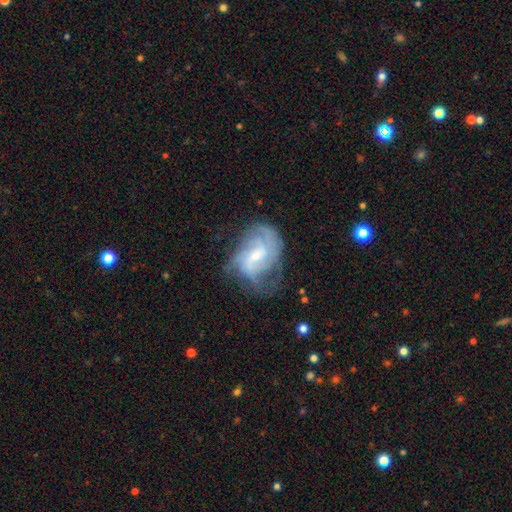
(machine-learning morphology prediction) Smooth or featured? Predicted: featured or disk (p=0.77). Edge-on disk? Predicted: no (p=0.97). Bar? Predicted: weak (p=0.55). Spiral arms? Predicted: yes (p=0.89). Spiral winding? Predicted: medium (p=0.41). Spiral arm count? Predicted: can't tell (p=0.37). Bulge size? Predicted: small (p=0.54). Merging? Predicted: none (p=0.52).